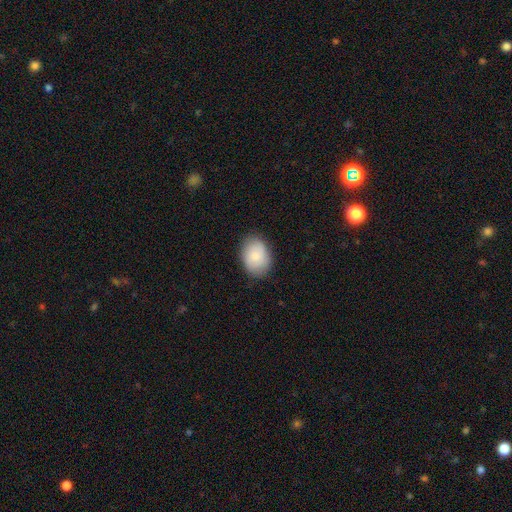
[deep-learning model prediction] This appears to be a smooth galaxy with no disk features (79%) that is in between round and cigar-shaped (74%). Merging: none (83%).